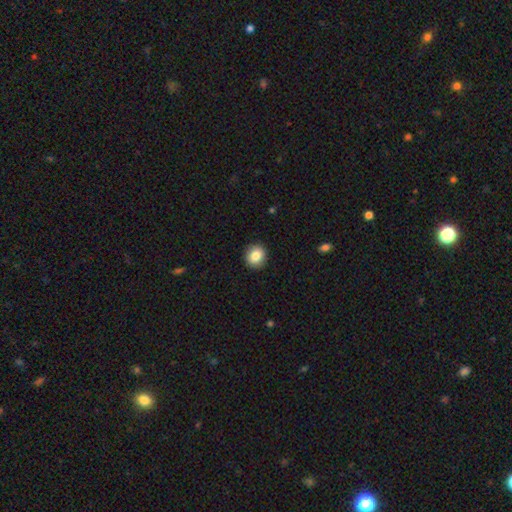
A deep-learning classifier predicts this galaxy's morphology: A smooth galaxy with no disk features (84%) that is round (83%). Merging: none (91%).